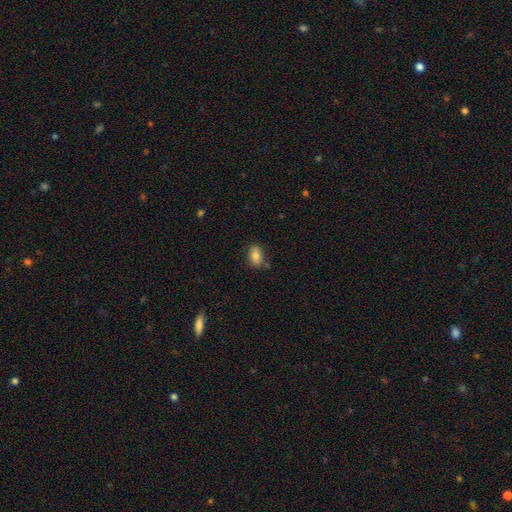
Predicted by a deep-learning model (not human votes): smooth 81%, featured or disk 10%, star or artifact 9%. Down the decision tree: how rounded — in between (84%); merging — none (77%).